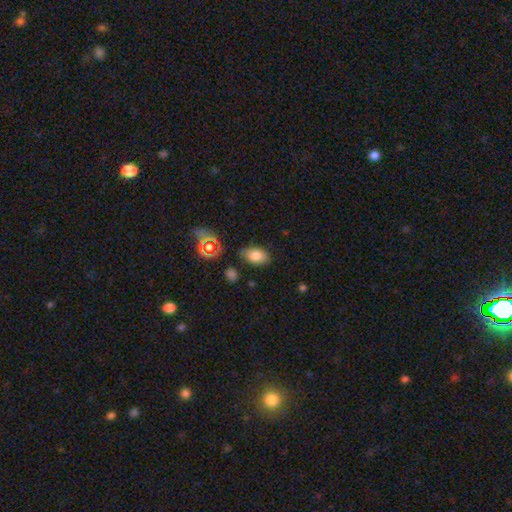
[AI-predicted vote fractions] A smooth galaxy with no disk features (80%) that is in between round and cigar-shaped (88%). Merging: none (79%).